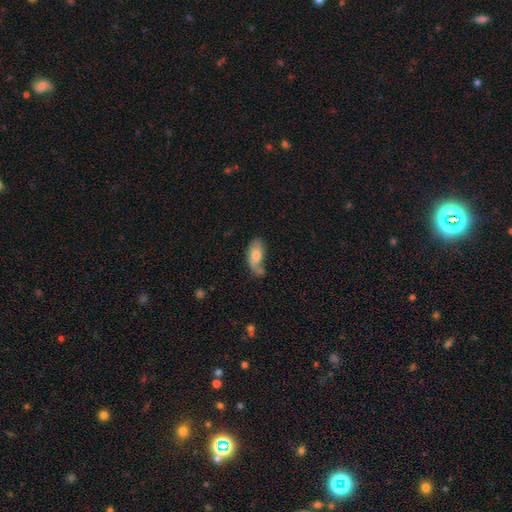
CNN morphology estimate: Smooth or featured? smooth (61%)
How rounded? in between (89%)
Merging? none (42%)